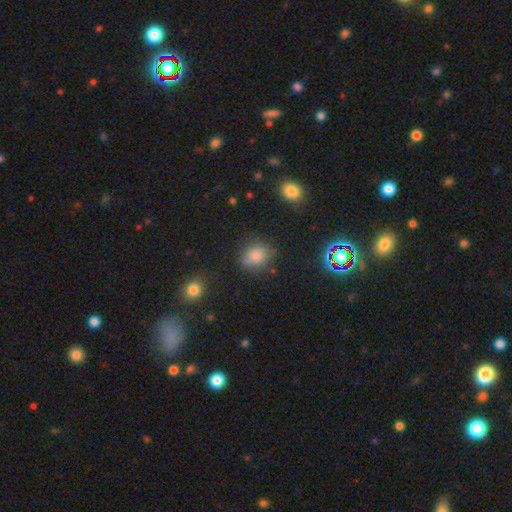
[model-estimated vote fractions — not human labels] Q: Smooth or featured?
A: smooth (79%); runner-up: star or artifact (14%)
Q: How rounded?
A: round (62%); runner-up: in between (37%)
Q: Merging?
A: none (75%); runner-up: minor disturbance (16%)